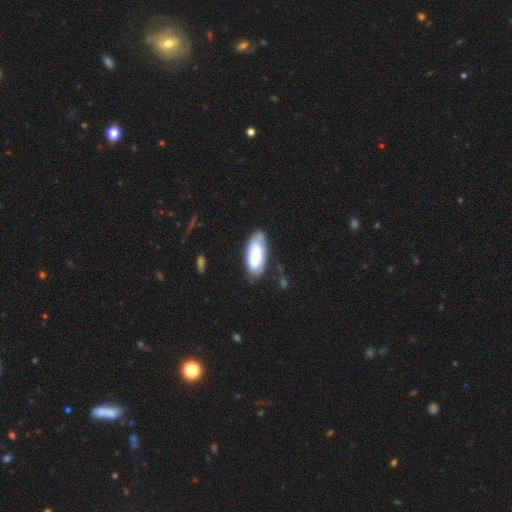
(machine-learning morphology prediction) Q: Smooth or featured?
A: smooth (69%); runner-up: featured or disk (25%)
Q: How rounded?
A: in between (83%); runner-up: cigar-shaped (15%)
Q: Merging?
A: none (60%); runner-up: minor disturbance (27%)